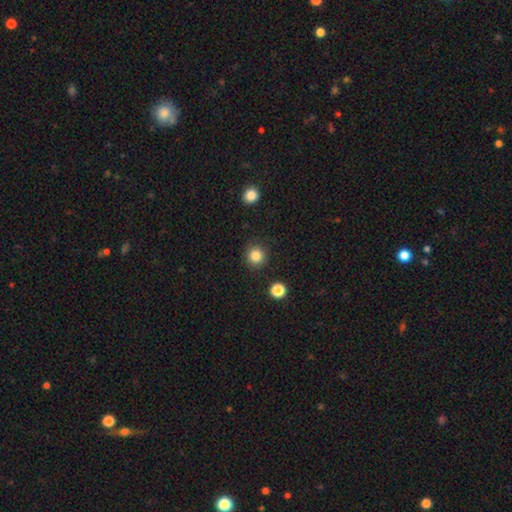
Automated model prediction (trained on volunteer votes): Smooth or featured?
  - smooth: 85% *
  - star or artifact: 11%
  - featured or disk: 4%
How rounded?
  - round: 94% *
  - in between: 6%
  - cigar-shaped: 1%
Merging?
  - none: 90% *
  - minor disturbance: 6%
  - major disturbance: 2%
  - merger: 2%